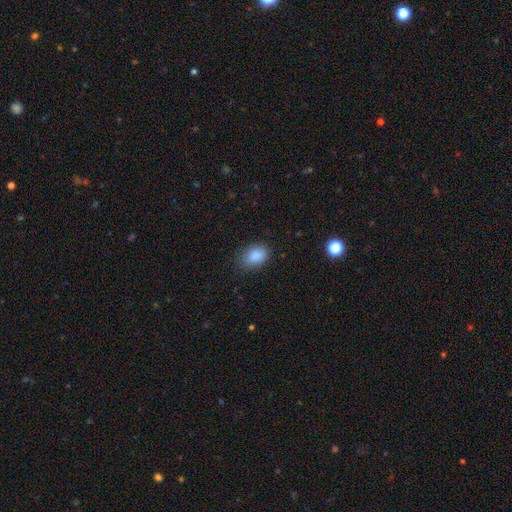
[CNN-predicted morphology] smooth_or_featured: smooth (p=0.87) [alt: star or artifact p=0.08]
how_rounded: in between (p=0.82) [alt: round p=0.17]
merging: none (p=0.77) [alt: minor disturbance p=0.17]